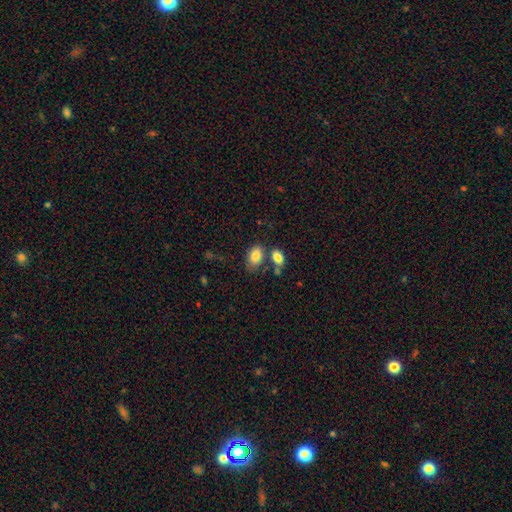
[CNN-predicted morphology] Q: Smooth or featured?
A: smooth (84%); runner-up: star or artifact (8%)
Q: How rounded?
A: in between (87%); runner-up: round (11%)
Q: Merging?
A: none (58%); runner-up: merger (22%)